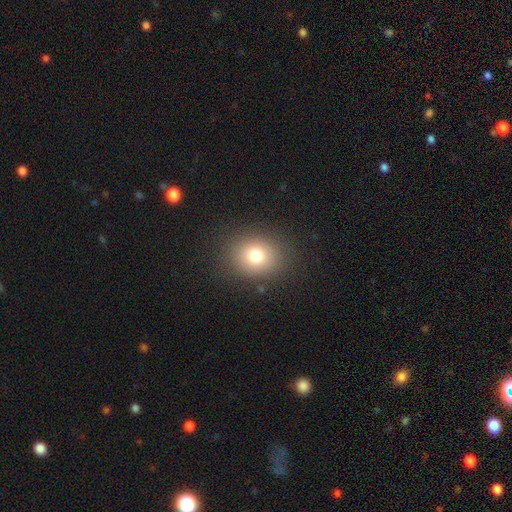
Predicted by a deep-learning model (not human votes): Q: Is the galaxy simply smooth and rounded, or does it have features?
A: smooth — 76%.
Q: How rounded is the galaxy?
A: round — 64%.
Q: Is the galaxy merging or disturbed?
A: none — 86%.